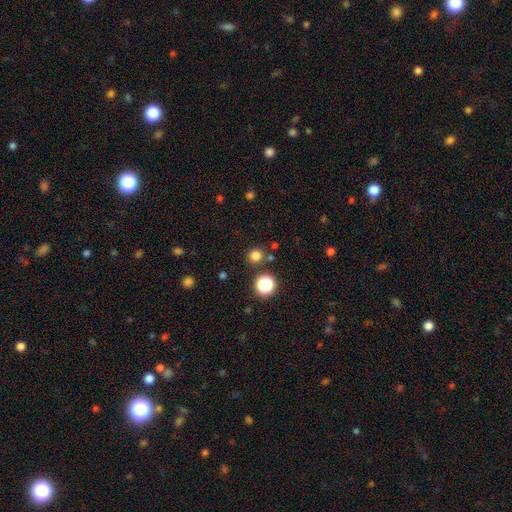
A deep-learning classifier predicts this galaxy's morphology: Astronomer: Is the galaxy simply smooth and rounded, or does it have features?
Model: smooth — 78%.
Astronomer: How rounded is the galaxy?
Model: round — 93%.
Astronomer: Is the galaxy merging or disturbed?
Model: none — 84%.